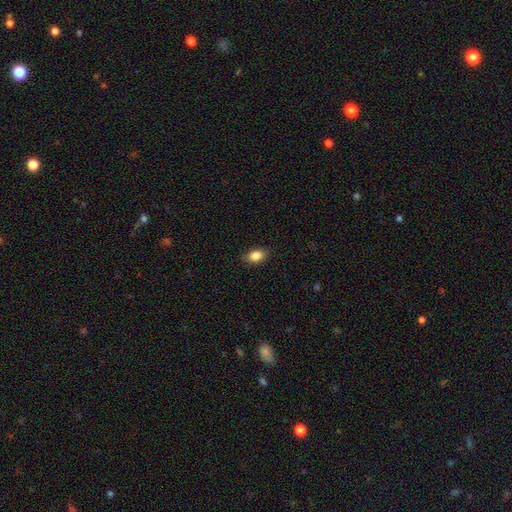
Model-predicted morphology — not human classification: Overall: smooth (86%). How rounded: in between (82%). Merging: none (86%).